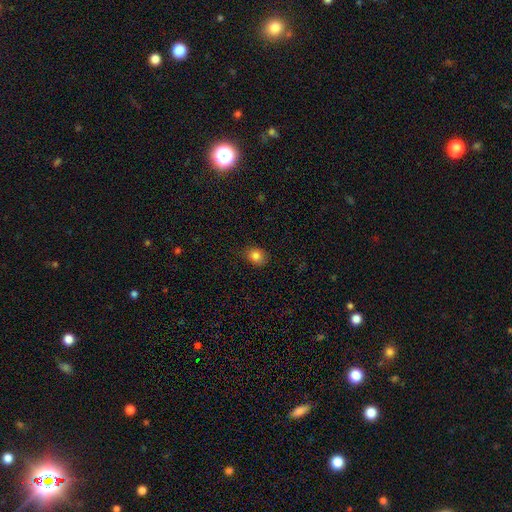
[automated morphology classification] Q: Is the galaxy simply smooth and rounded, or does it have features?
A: smooth — 84%.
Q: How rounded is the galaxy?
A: round — 55%.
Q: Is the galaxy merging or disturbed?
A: none — 78%.